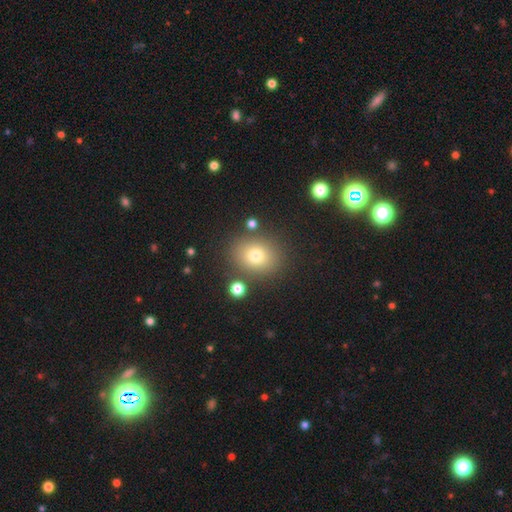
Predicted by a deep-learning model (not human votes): Smooth or featured?
  - smooth: 74% *
  - star or artifact: 14%
  - featured or disk: 11%
How rounded?
  - round: 66% *
  - in between: 33%
  - cigar-shaped: 1%
Merging?
  - none: 82% *
  - minor disturbance: 9%
  - merger: 5%
  - major disturbance: 4%